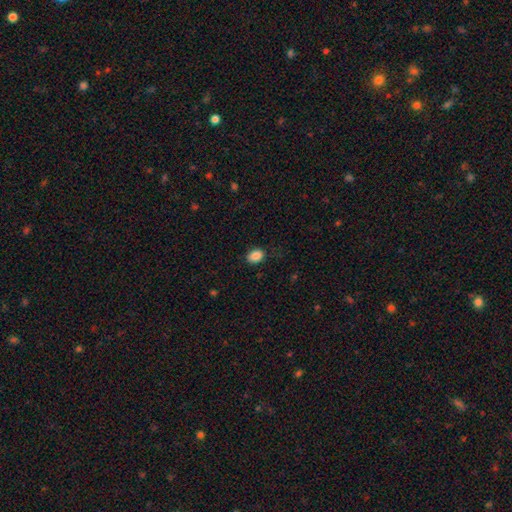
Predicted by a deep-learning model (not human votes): Morphology: type=smooth (87%); roundness=in between (73%); merging=none (82%).